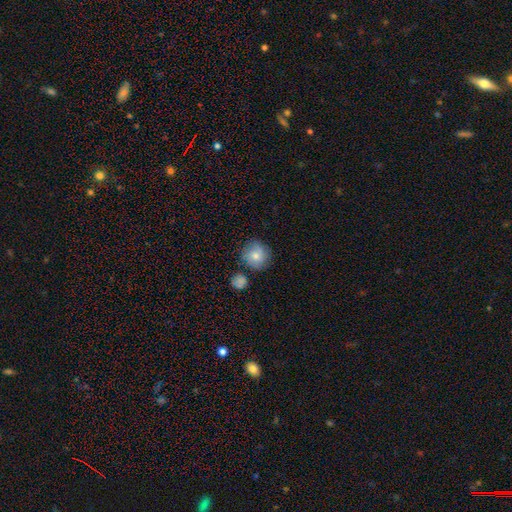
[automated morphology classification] Smooth or featured? Predicted: smooth (p=0.74). How rounded? Predicted: round (p=0.89). Merging? Predicted: none (p=0.75).